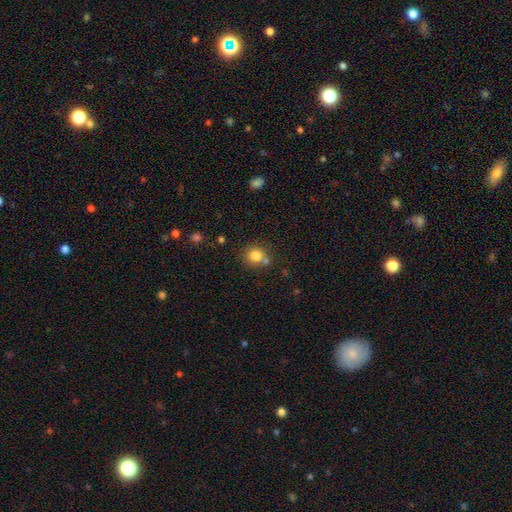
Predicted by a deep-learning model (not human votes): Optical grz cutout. It shows a smooth galaxy with no disk features (82%) that is round (86%). Merging: none (68%).